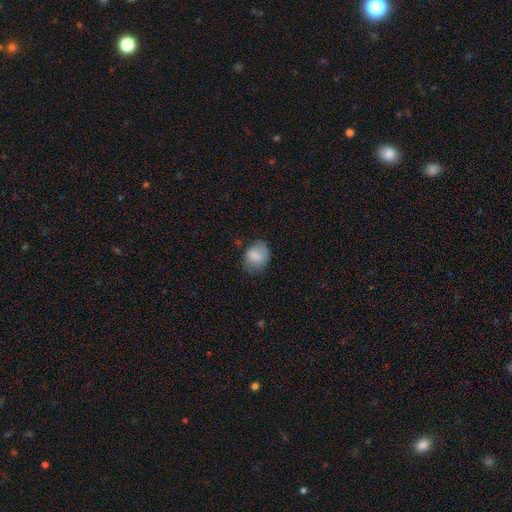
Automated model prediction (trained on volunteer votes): This appears to be a smooth galaxy with no disk features (77%) that is in between round and cigar-shaped (55%). Merging: none (61%).